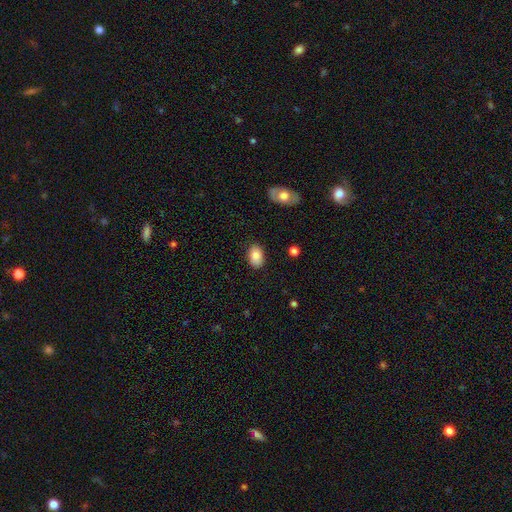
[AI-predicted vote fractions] Smooth or featured? Predicted: smooth (p=0.85). How rounded? Predicted: in between (p=0.90). Merging? Predicted: none (p=0.84).